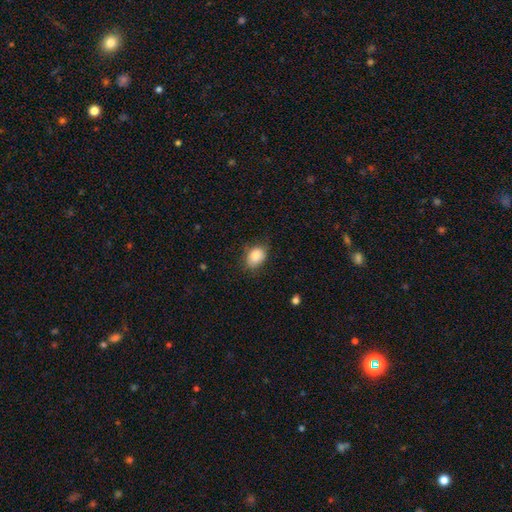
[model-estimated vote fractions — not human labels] This appears to be a smooth galaxy with no disk features (85%) that is in between round and cigar-shaped (73%). Merging: none (70%).